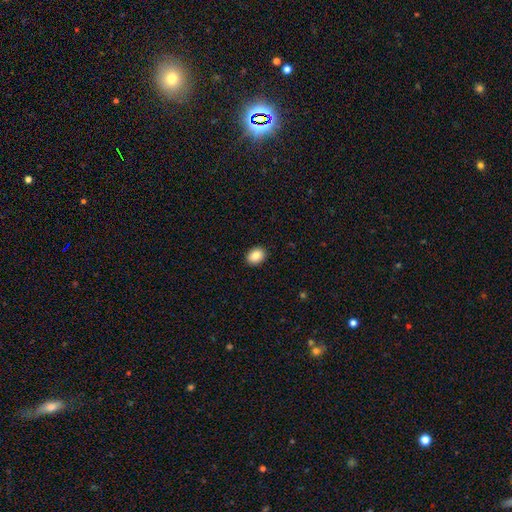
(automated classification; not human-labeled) This appears to be a smooth galaxy with no disk features (87%) that is in between round and cigar-shaped (61%). Merging: none (91%).